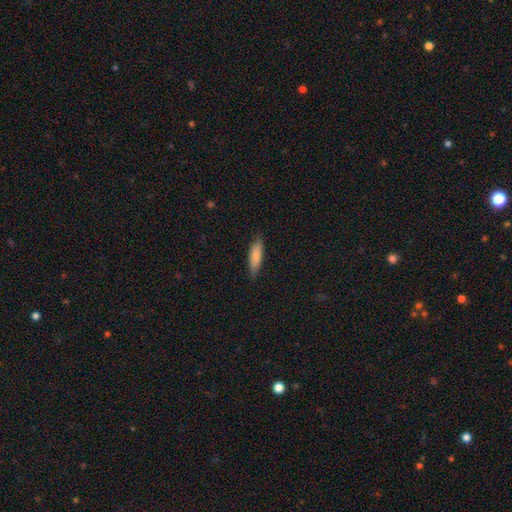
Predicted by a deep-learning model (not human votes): Overall: smooth (81%). How rounded: cigar-shaped (53%; in between 45%). Merging: none (83%).